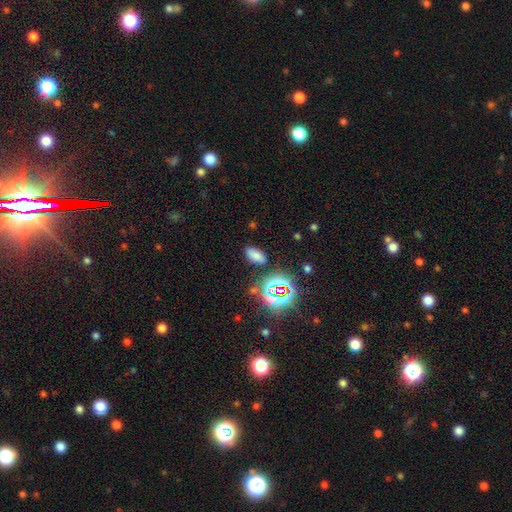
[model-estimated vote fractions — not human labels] This appears to be a smooth galaxy with no disk features (67%) that is in between round and cigar-shaped (89%). Merging: none (83%).